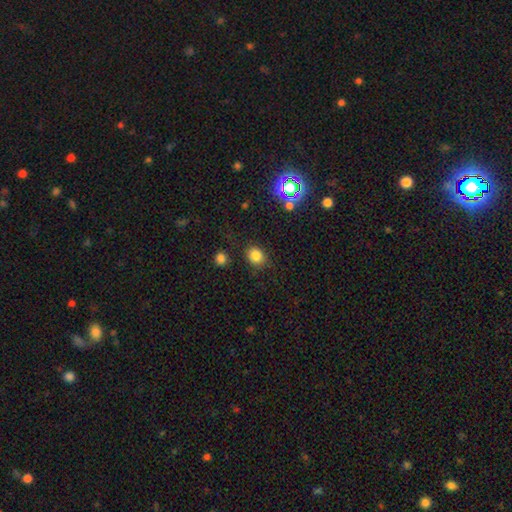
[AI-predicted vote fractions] Morphology: type=smooth (80%); roundness=round (65%); merging=none (81%).